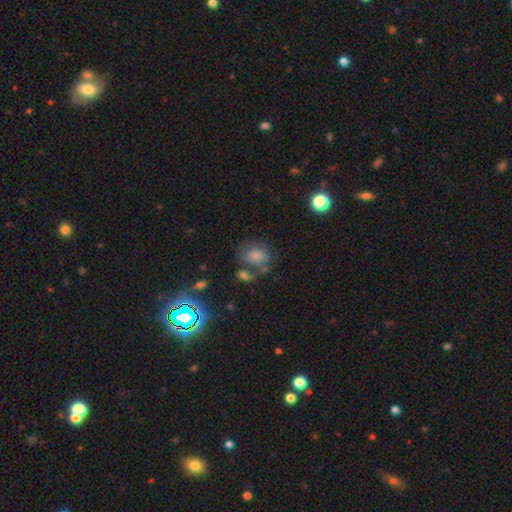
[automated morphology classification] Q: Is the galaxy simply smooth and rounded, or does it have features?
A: smooth — 54%.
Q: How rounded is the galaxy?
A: round — 55%.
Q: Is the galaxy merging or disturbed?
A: none — 60%.